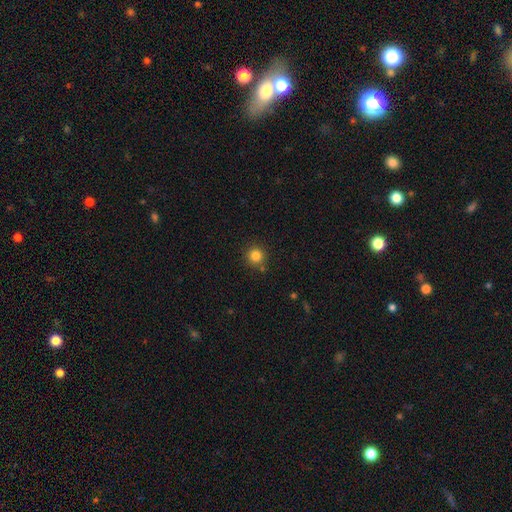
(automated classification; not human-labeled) This is clearly a smooth galaxy (82%). How rounded: clearly round (94%). Merging: clearly none (85%).